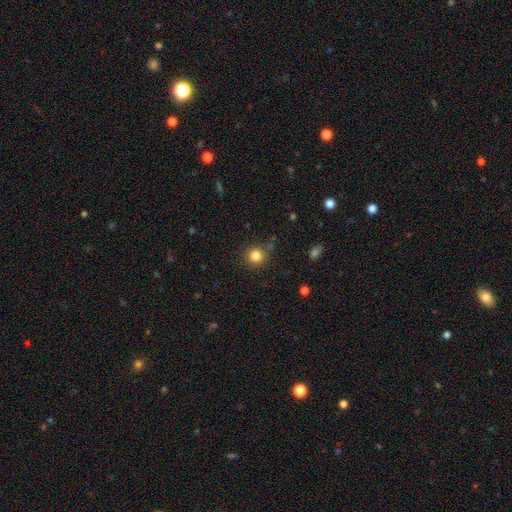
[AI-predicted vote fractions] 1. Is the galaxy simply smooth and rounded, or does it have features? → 83% smooth, 12% star or artifact, 5% featured or disk.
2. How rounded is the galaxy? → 93% round, 6% in between, 1% cigar-shaped.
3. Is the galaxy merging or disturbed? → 86% none, 8% minor disturbance, 3% merger, 3% major disturbance.